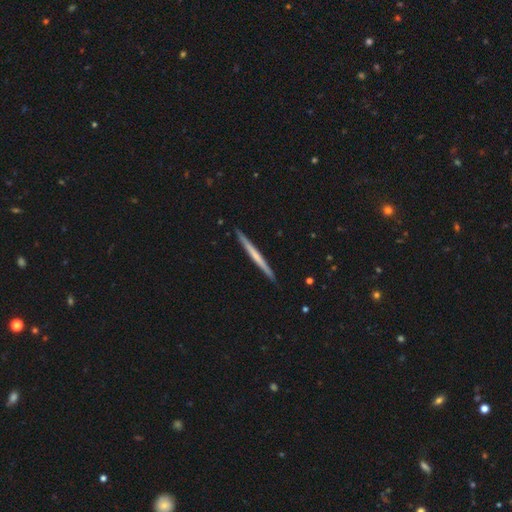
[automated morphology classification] The model was most divided on "smooth or featured": featured or disk: 52%, smooth: 43%, star or artifact: 5%. More confident: edge-on disk — yes (98%); merging — none (92%); edge-on bulge — none (85%).